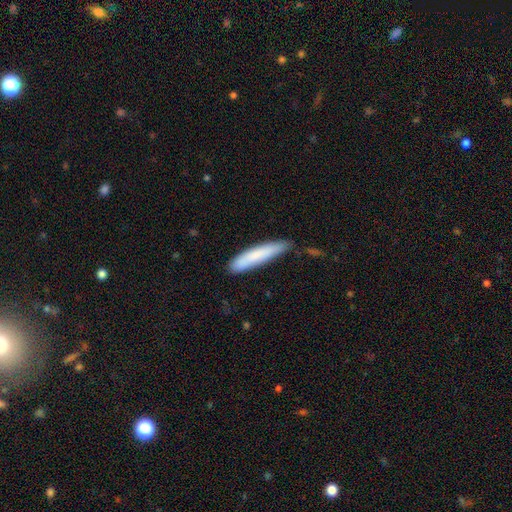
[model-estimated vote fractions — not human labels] This appears to be a smooth galaxy with no disk features (79%) that is cigar-shaped (88%). Merging: none (69%).